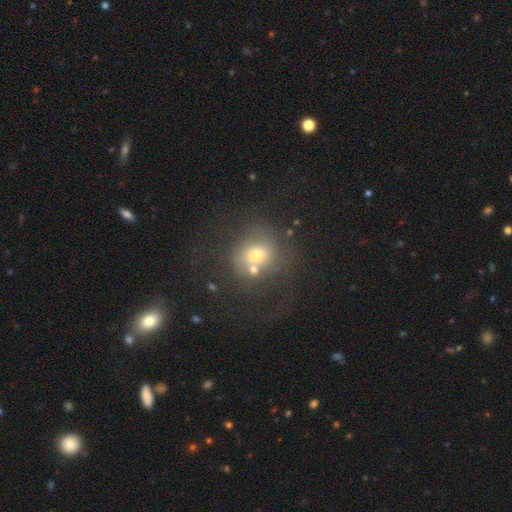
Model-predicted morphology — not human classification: Smooth or featured: smooth — 59% (featured or disk — 24%)
How rounded: round — 79% (in between — 20%)
Merging: none — 43% (merger — 25%)